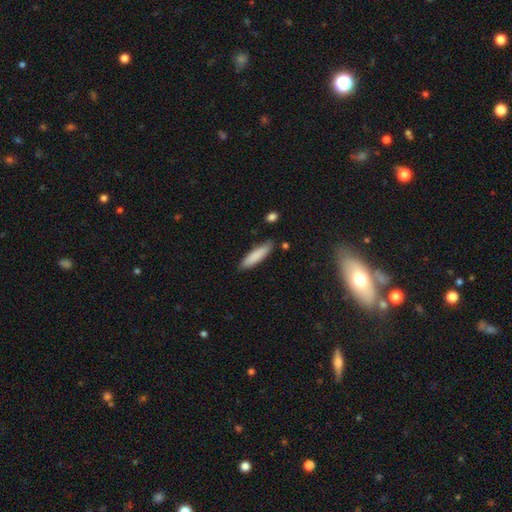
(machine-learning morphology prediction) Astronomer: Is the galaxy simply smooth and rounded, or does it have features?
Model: smooth — 85%.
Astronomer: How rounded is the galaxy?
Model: cigar-shaped — 71%.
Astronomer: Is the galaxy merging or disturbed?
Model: none — 82%.